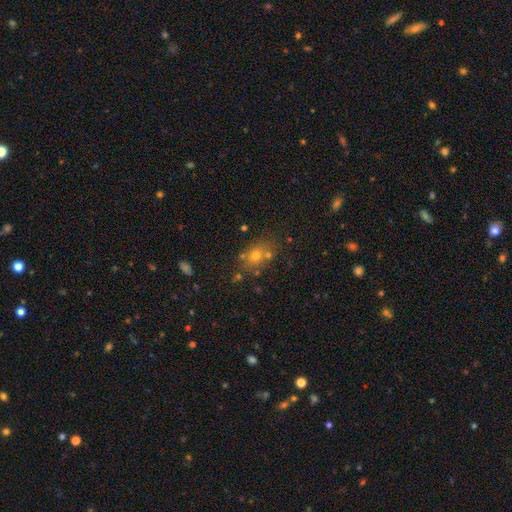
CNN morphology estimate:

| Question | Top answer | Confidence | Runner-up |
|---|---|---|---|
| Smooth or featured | smooth | 62% | star or artifact (22%) |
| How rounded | round | 51% | in between (47%) |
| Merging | none | 69% | merger (13%) |